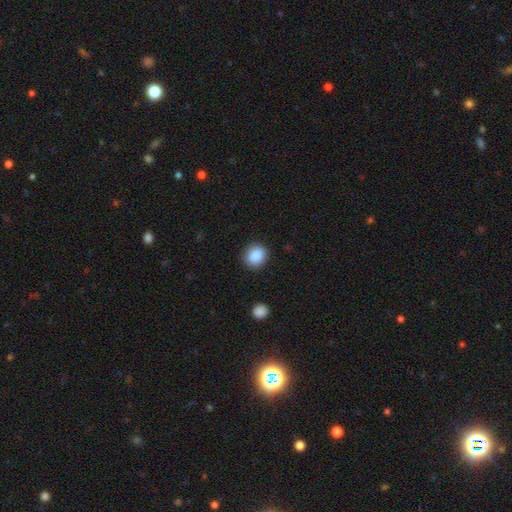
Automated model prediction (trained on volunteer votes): A smooth galaxy with no disk features (88%) that is round (76%).

Vote fractions:
- Smooth or featured? smooth: 88% / star or artifact: 8% / featured or disk: 3%
- How rounded? round: 76% / in between: 23% / cigar-shaped: 1%
- Merging? none: 88% / minor disturbance: 8% / major disturbance: 2% / merger: 1%